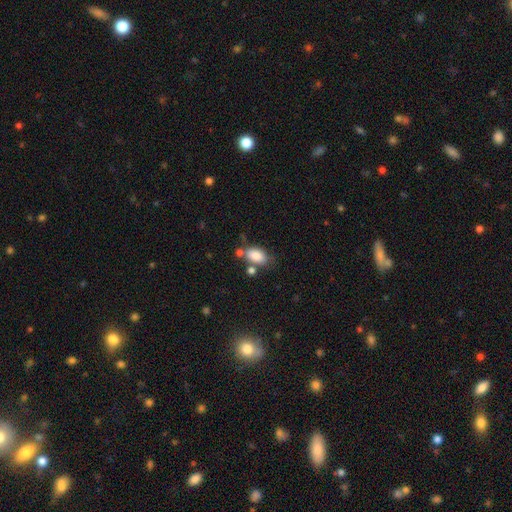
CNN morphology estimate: Smooth or featured?
  - smooth: 85% *
  - star or artifact: 8%
  - featured or disk: 7%
How rounded?
  - in between: 90% *
  - round: 8%
  - cigar-shaped: 2%
Merging?
  - none: 56% *
  - minor disturbance: 20%
  - merger: 17%
  - major disturbance: 7%